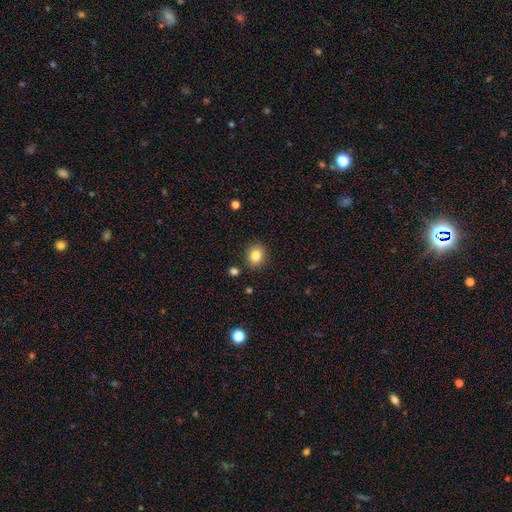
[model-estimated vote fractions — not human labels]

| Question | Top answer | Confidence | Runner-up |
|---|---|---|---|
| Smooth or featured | smooth | 83% | star or artifact (10%) |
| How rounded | round | 71% | in between (28%) |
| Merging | none | 88% | minor disturbance (8%) |